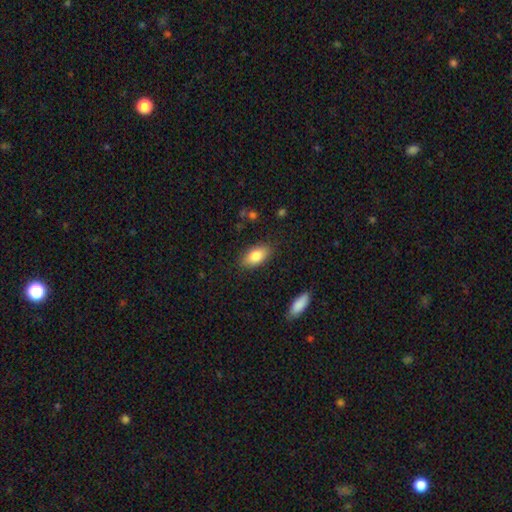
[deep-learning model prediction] Smooth or featured: smooth — 81% (featured or disk — 12%)
How rounded: in between — 89% (cigar-shaped — 7%)
Merging: none — 84% (minor disturbance — 11%)